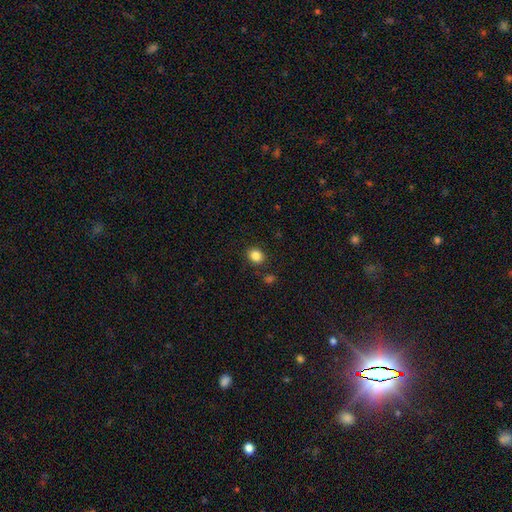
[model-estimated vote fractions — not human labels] Morphology: type=smooth (85%); roundness=round (64%); merging=none (86%).